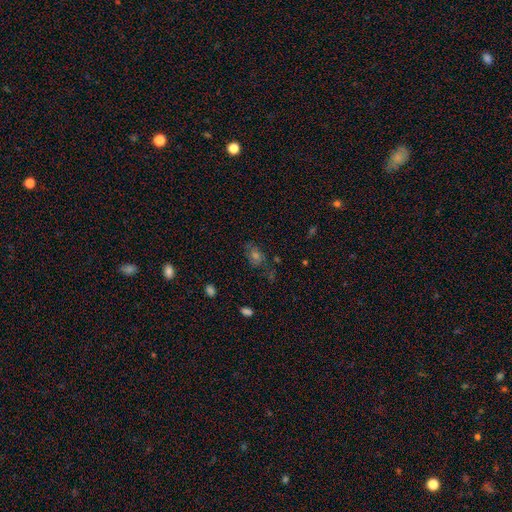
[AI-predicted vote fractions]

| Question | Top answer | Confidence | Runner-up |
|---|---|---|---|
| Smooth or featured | smooth | 39% | star or artifact (32%) |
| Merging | none | 68% | minor disturbance (18%) |